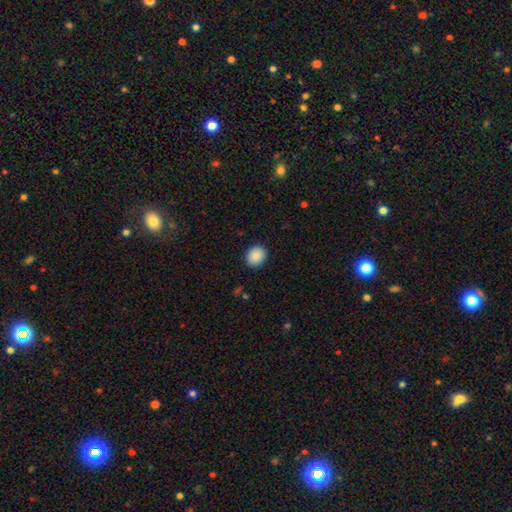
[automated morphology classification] type=smooth (90%); roundness=round (67%); merging=none (90%).